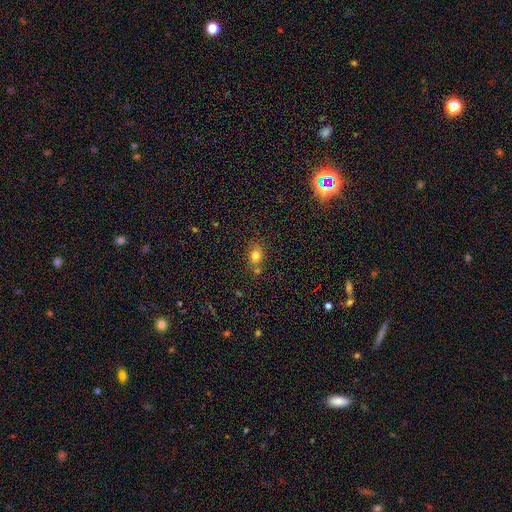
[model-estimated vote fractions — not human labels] Smooth or featured? smooth (79%)
How rounded? round (58%)
Merging? none (66%)